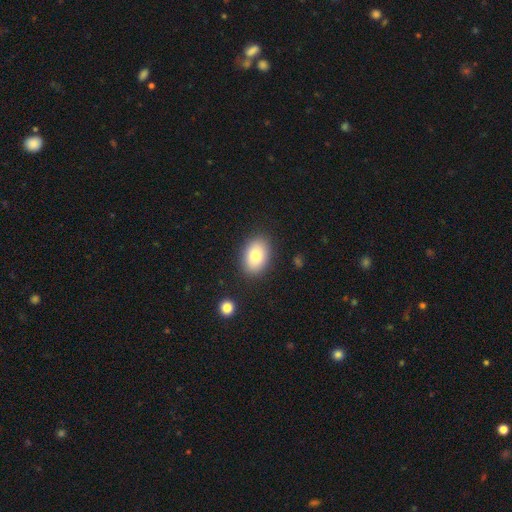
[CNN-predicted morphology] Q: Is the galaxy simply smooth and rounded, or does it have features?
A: smooth — 82%.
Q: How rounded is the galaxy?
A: in between — 83%.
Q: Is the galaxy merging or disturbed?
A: none — 86%.